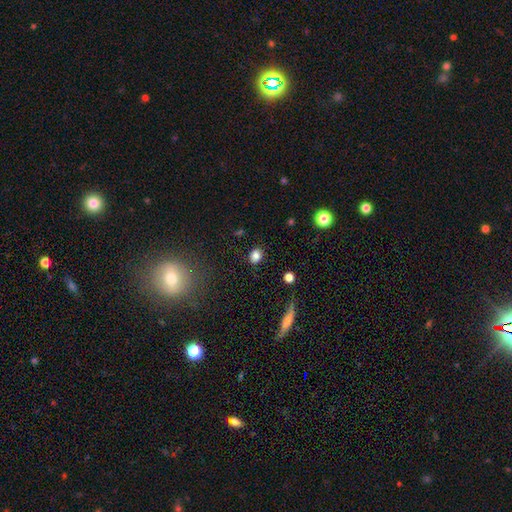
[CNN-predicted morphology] A smooth galaxy with no disk features (83%) that is in between round and cigar-shaped (54%). Merging: none (85%).